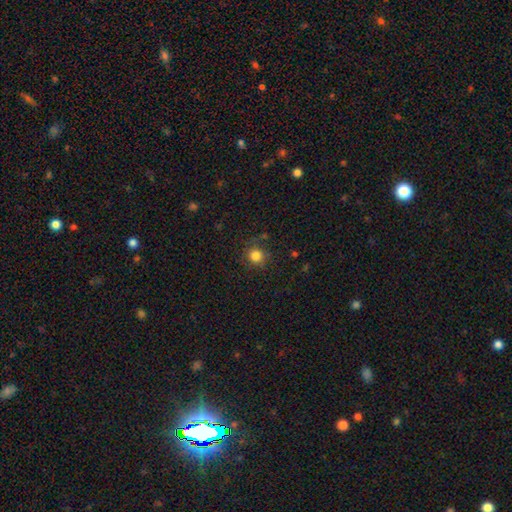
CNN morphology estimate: Smooth or featured? Predicted: smooth (p=0.83). How rounded? Predicted: round (p=0.92). Merging? Predicted: none (p=0.82).